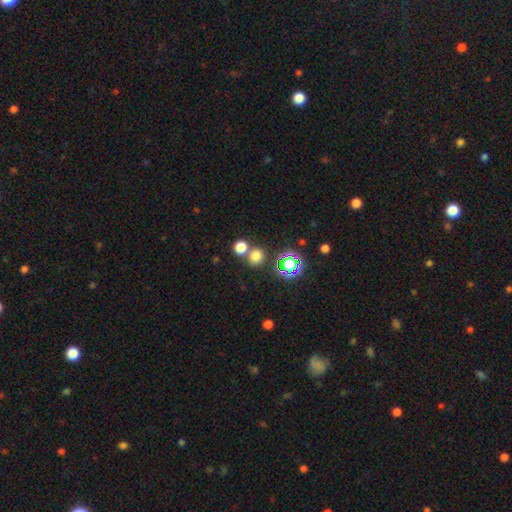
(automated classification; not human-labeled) smooth_or_featured: smooth (p=0.72) [alt: star or artifact p=0.21]
how_rounded: round (p=0.79) [alt: in between p=0.20]
merging: none (p=0.64) [alt: merger p=0.26]